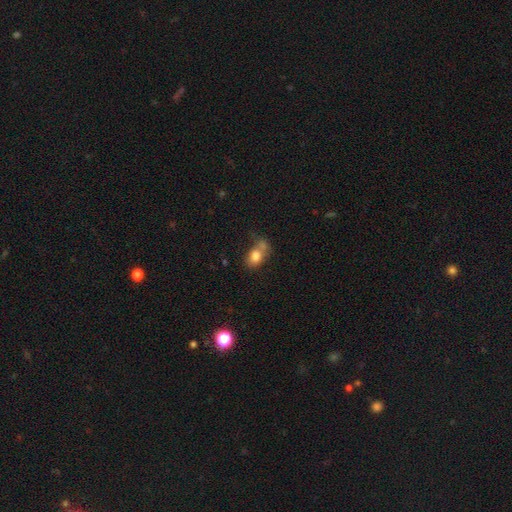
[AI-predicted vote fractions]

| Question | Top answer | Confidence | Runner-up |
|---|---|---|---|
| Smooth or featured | smooth | 78% | featured or disk (12%) |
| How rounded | in between | 73% | round (25%) |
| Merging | merger | 37% | none (33%) |